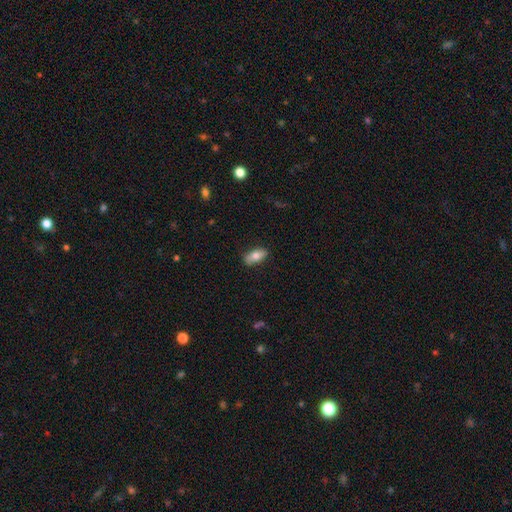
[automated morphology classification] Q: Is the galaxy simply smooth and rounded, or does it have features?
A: smooth — 74%.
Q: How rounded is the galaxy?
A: in between — 83%.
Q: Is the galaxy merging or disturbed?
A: none — 84%.